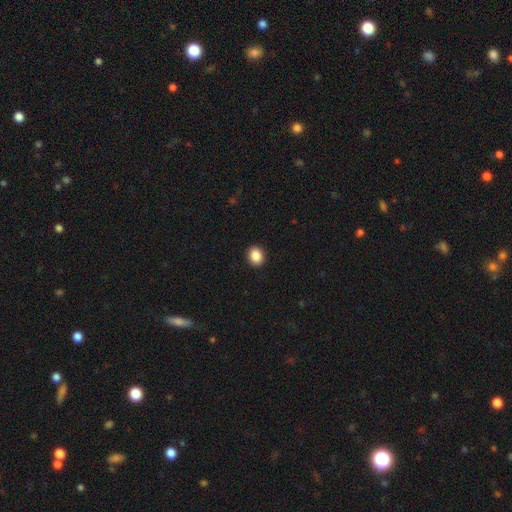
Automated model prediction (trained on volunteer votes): Morphology: type=smooth (88%); roundness=round (57%); merging=none (92%).